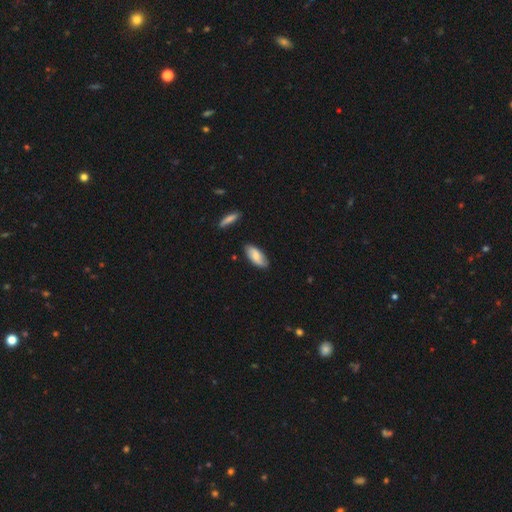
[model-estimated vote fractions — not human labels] Smooth or featured: smooth — 71% (featured or disk — 23%)
How rounded: in between — 87% (cigar-shaped — 11%)
Merging: none — 80% (minor disturbance — 16%)